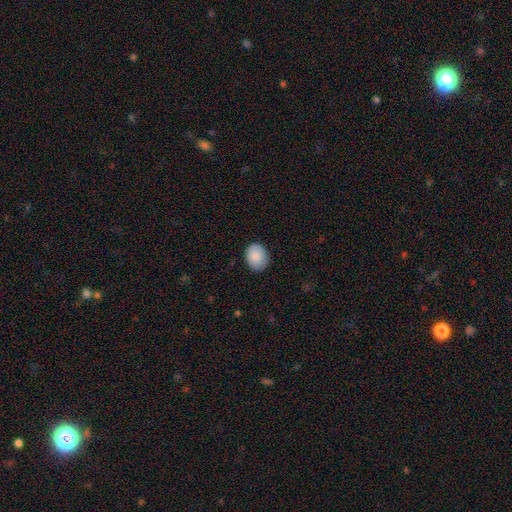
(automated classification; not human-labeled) A smooth galaxy with no disk features (87%) that is in between round and cigar-shaped (54%). Merging: none (84%).